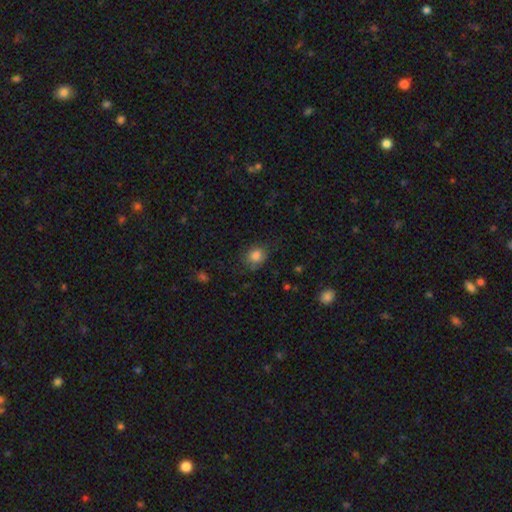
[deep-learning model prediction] The model was most divided on "how rounded": round: 64%, in between: 35%, cigar-shaped: 1%. More confident: smooth or featured — smooth (84%); merging — none (68%).